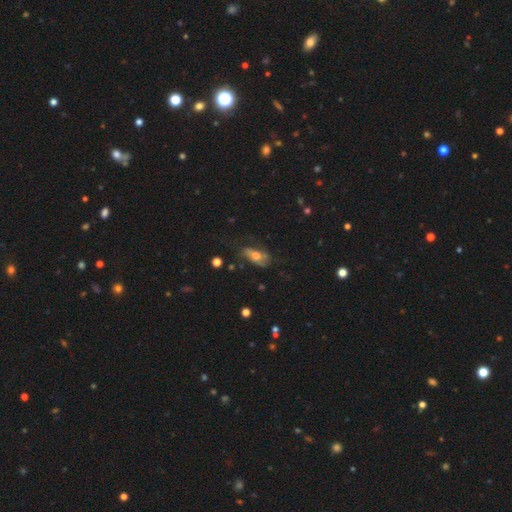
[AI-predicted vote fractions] Q: Smooth or featured?
A: smooth (44%); runner-up: featured or disk (43%)
Q: Merging?
A: none (49%); runner-up: minor disturbance (27%)